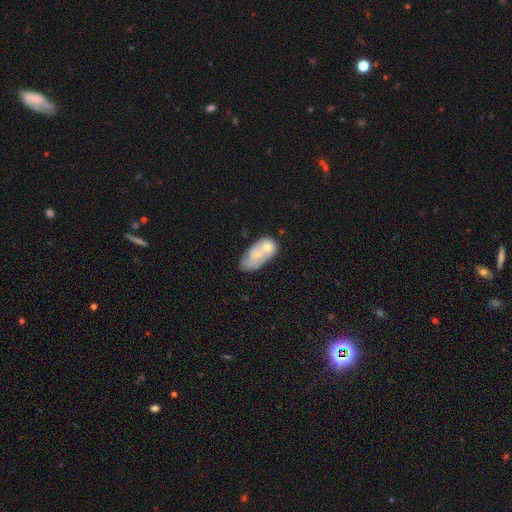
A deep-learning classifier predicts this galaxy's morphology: Smooth or featured? smooth (57%)
How rounded? in between (89%)
Merging? merger (49%)